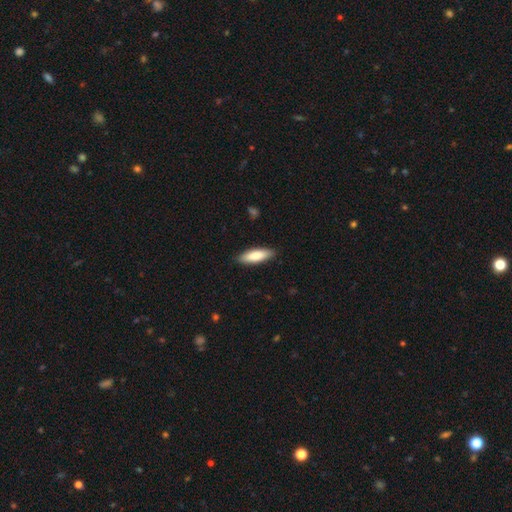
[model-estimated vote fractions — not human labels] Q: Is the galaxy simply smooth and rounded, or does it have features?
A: smooth — 80%.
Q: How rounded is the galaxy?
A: in between — 51%.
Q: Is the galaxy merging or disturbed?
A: none — 88%.